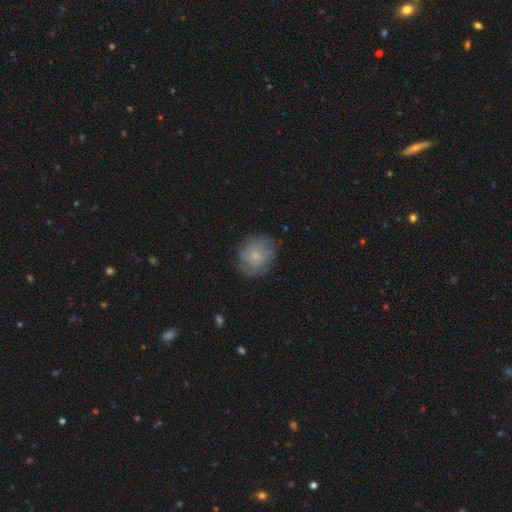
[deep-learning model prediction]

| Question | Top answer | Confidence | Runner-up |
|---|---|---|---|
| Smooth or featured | smooth | 62% | featured or disk (30%) |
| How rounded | round | 75% | in between (24%) |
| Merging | none | 73% | minor disturbance (19%) |